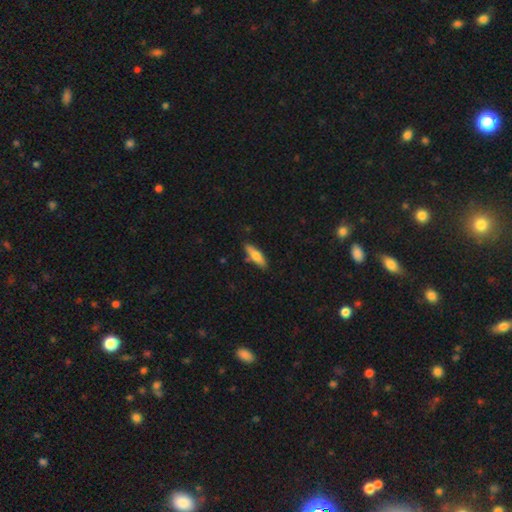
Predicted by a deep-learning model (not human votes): Smooth or featured? Predicted: smooth (p=0.68). How rounded? Predicted: cigar-shaped (p=0.59). Merging? Predicted: none (p=0.80).